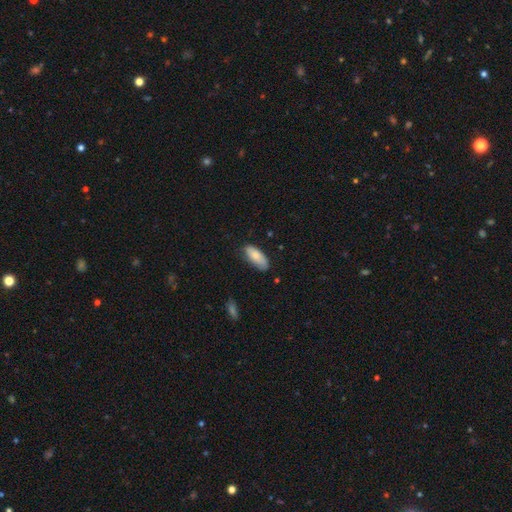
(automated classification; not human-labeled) Smooth or featured: smooth — 81% (featured or disk — 13%)
How rounded: in between — 82% (cigar-shaped — 16%)
Merging: none — 71% (minor disturbance — 23%)